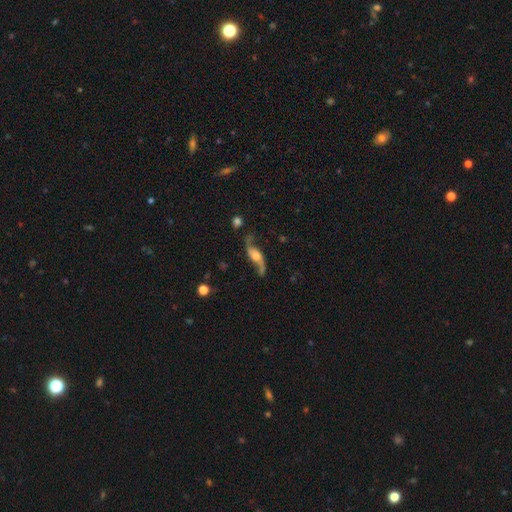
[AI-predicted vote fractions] smooth_or_featured: featured or disk (p=0.82) [alt: smooth p=0.11]
disk_edge_on: no (p=0.85) [alt: yes p=0.15]
bar: no (p=0.58) [alt: weak p=0.31]
has_spiral_arms: yes (p=0.95) [alt: no p=0.05]
spiral_winding: loose (p=0.85) [alt: medium p=0.11]
spiral_arm_count: 2 (p=0.93) [alt: 1 p=0.02]
bulge_size: moderate (p=0.38) [alt: large p=0.26]
merging: none (p=0.70) [alt: minor disturbance p=0.17]